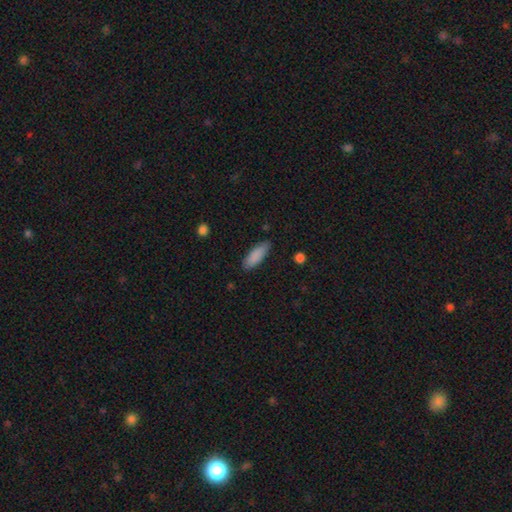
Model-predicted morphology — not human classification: Smooth or featured: smooth — 88% (star or artifact — 6%)
How rounded: in between — 62% (cigar-shaped — 37%)
Merging: none — 84% (minor disturbance — 13%)